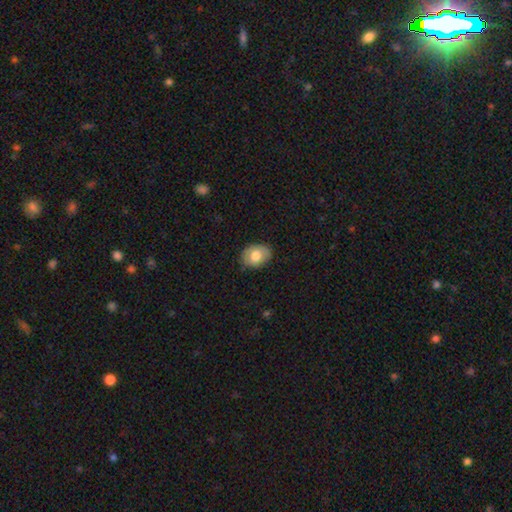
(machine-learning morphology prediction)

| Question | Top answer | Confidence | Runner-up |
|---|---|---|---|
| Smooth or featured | smooth | 73% | featured or disk (20%) |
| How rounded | in between | 68% | round (31%) |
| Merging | none | 79% | minor disturbance (17%) |